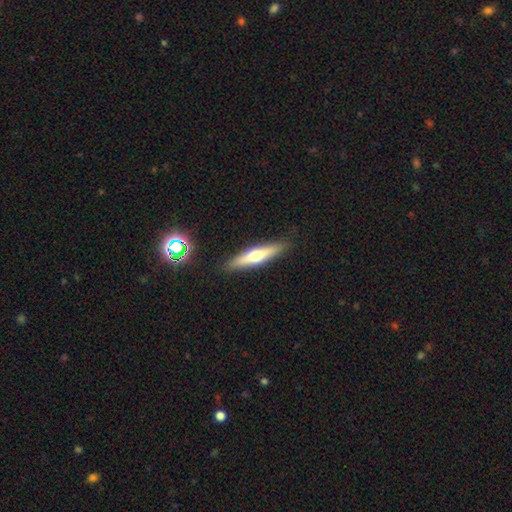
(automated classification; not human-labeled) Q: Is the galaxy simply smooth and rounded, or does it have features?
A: featured or disk — 48%.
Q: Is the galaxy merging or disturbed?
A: none — 88%.